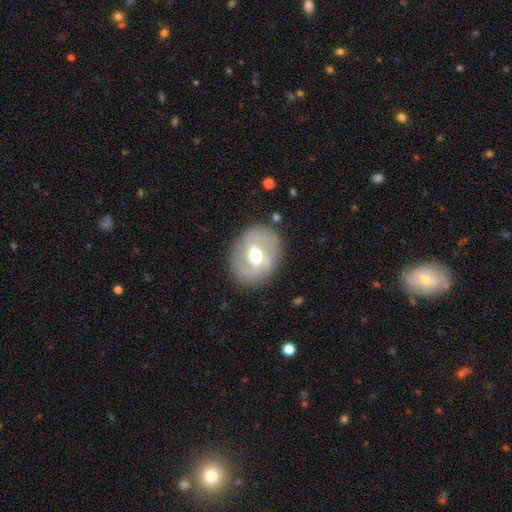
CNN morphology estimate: Q: Smooth or featured?
A: featured or disk (65%); runner-up: smooth (28%)
Q: Edge-on disk?
A: no (96%); runner-up: yes (4%)
Q: Bar?
A: weak (51%); runner-up: no (31%)
Q: Spiral arms?
A: yes (69%); runner-up: no (31%)
Q: Bulge size?
A: moderate (72%); runner-up: large (15%)
Q: Merging?
A: none (78%); runner-up: minor disturbance (13%)